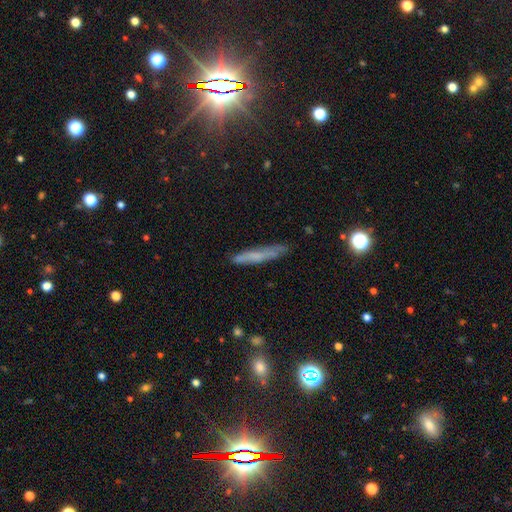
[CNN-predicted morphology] This appears to be a smooth galaxy with no disk features (57%) that is cigar-shaped (92%). Merging: none (79%).